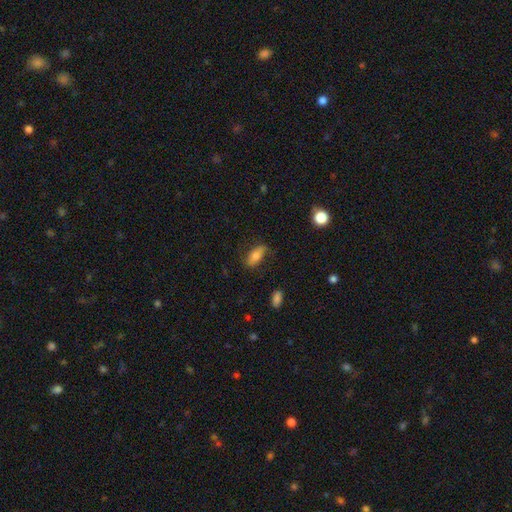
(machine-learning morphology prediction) The model was most divided on "merging": none: 71%, minor disturbance: 21%, major disturbance: 7%, merger: 2%. More confident: how rounded — in between (79%); smooth or featured — smooth (72%).